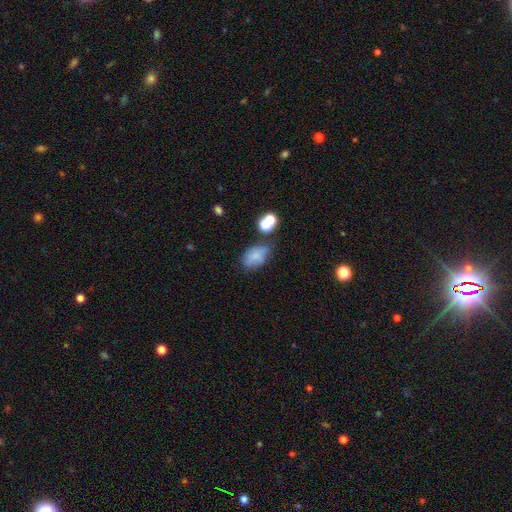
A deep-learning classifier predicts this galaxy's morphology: A smooth galaxy with no disk features (71%) that is in between round and cigar-shaped (83%).

Vote fractions:
- Smooth or featured? smooth: 71% / featured or disk: 16% / star or artifact: 13%
- How rounded? in between: 83% / round: 15% / cigar-shaped: 2%
- Merging? none: 53% / minor disturbance: 26% / merger: 11% / major disturbance: 10%